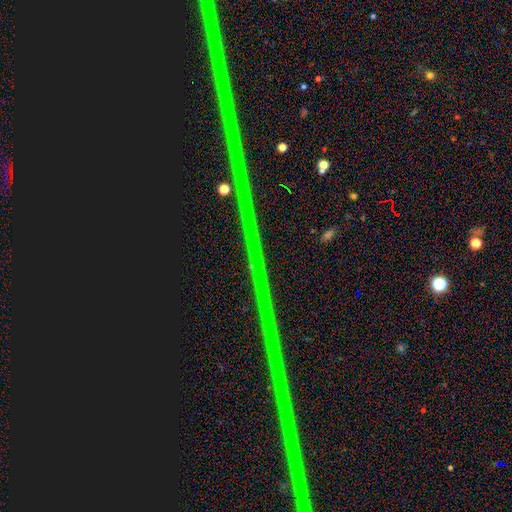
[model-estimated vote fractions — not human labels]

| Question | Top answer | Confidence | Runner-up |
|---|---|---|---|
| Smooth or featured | star or artifact | 91% | featured or disk (5%) |